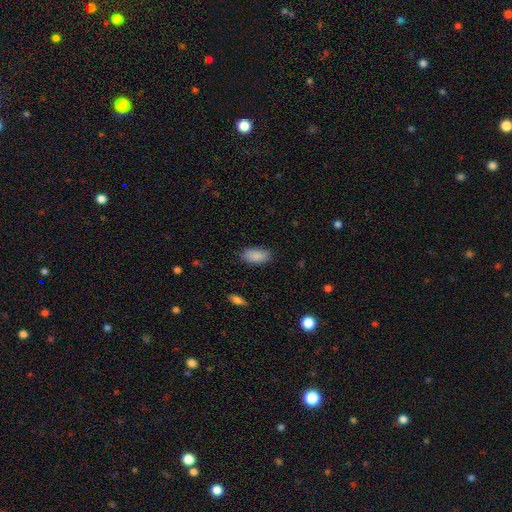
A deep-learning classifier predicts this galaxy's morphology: Smooth or featured?
  - smooth: 89% *
  - star or artifact: 7%
  - featured or disk: 4%
How rounded?
  - in between: 92% *
  - cigar-shaped: 5%
  - round: 3%
Merging?
  - none: 83% *
  - minor disturbance: 13%
  - major disturbance: 3%
  - merger: 1%